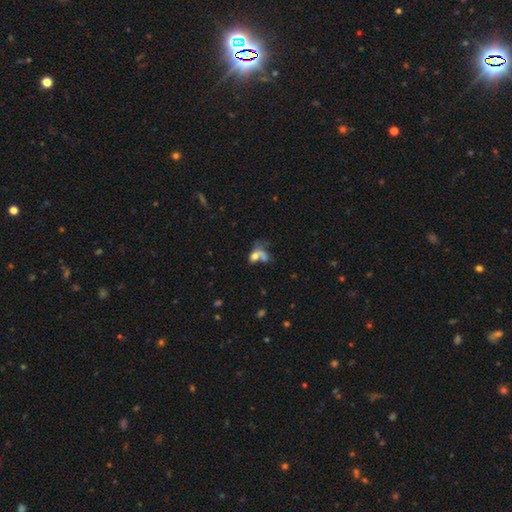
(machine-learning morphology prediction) type=smooth (60%); roundness=in between (69%); merging=merger (49%).